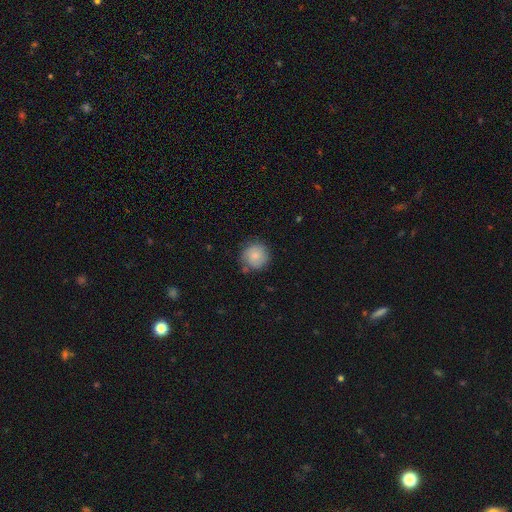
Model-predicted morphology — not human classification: A smooth galaxy with no disk features (75%) that is round (93%). Merging: none (75%).